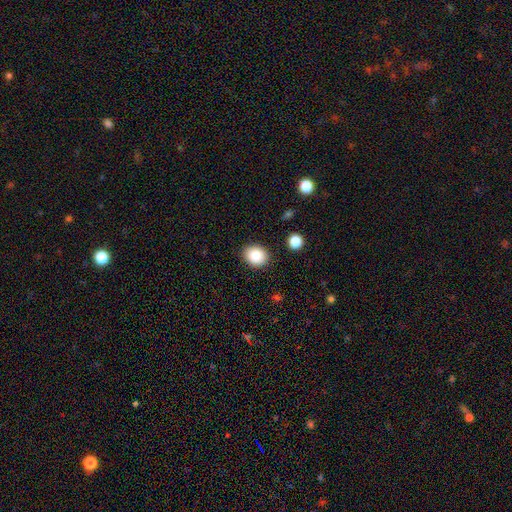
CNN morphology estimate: Smooth or featured? smooth (87%)
How rounded? round (55%)
Merging? none (88%)